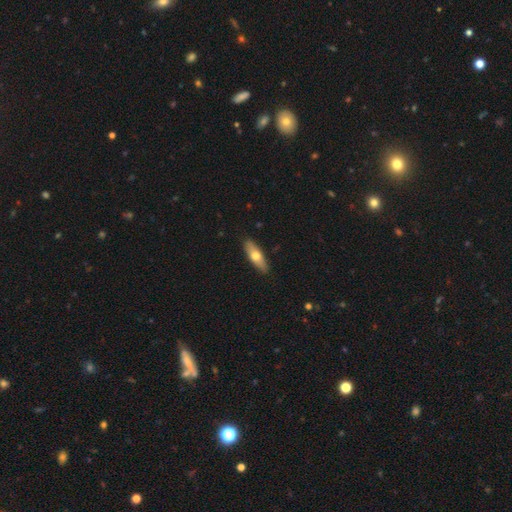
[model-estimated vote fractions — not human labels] A smooth galaxy with no disk features (61%) that is in between round and cigar-shaped (53%). Merging: none (88%).